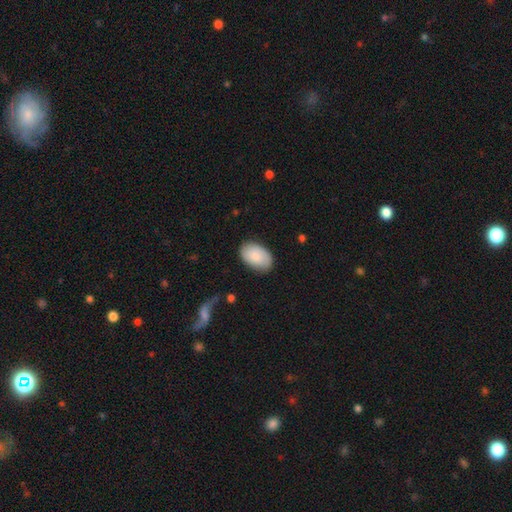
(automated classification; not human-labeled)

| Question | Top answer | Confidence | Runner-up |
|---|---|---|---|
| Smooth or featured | smooth | 82% | featured or disk (12%) |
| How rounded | in between | 91% | round (8%) |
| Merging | none | 82% | minor disturbance (14%) |